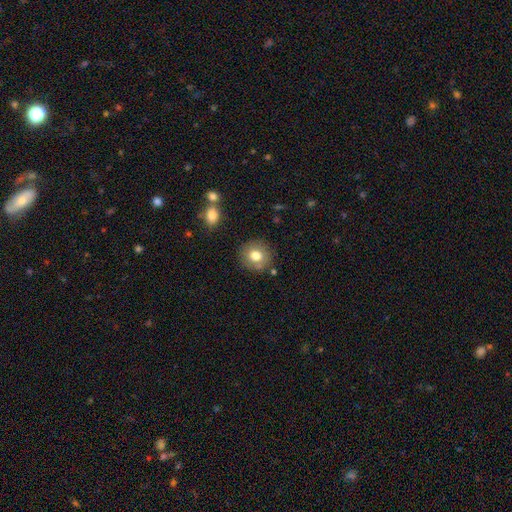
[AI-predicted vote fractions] Smooth or featured? smooth (77%)
How rounded? round (88%)
Merging? none (82%)